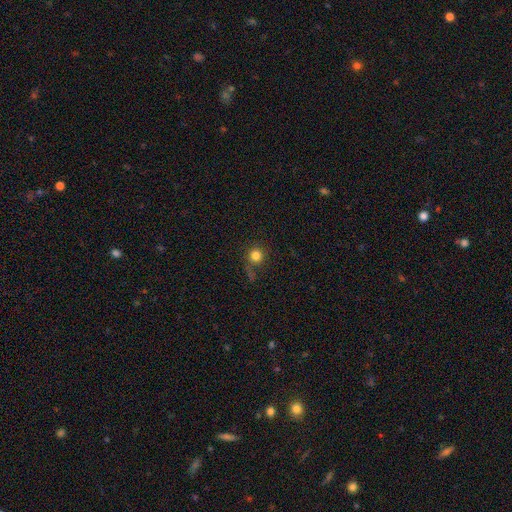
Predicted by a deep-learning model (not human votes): Smooth or featured? smooth (80%)
How rounded? round (93%)
Merging? none (72%)